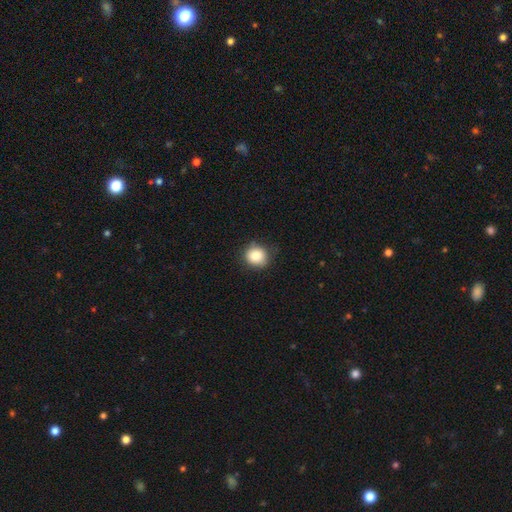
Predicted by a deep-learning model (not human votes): Smooth or featured: smooth — 84% (star or artifact — 9%)
How rounded: round — 86% (in between — 14%)
Merging: none — 81% (minor disturbance — 15%)